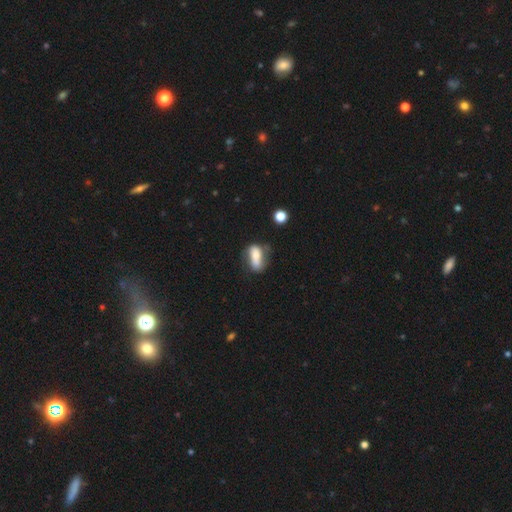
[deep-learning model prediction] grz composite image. It shows a smooth galaxy with no disk features (60%) that is in between round and cigar-shaped (79%). Merging: none (50%).